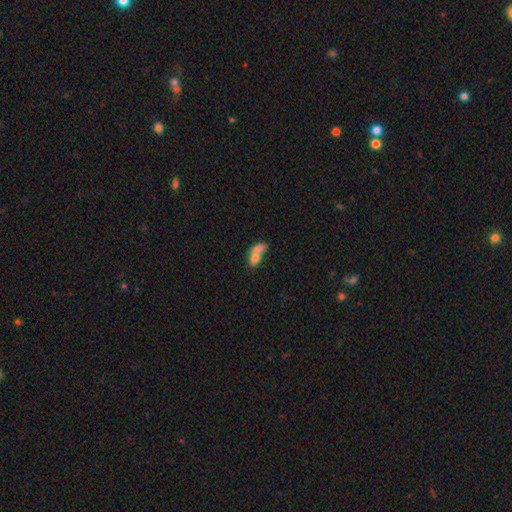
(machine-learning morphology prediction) Smooth or featured?
  - smooth: 69% *
  - featured or disk: 21%
  - star or artifact: 10%
How rounded?
  - in between: 74% *
  - round: 18%
  - cigar-shaped: 8%
Merging?
  - merger: 62% *
  - none: 18%
  - minor disturbance: 10%
  - major disturbance: 10%